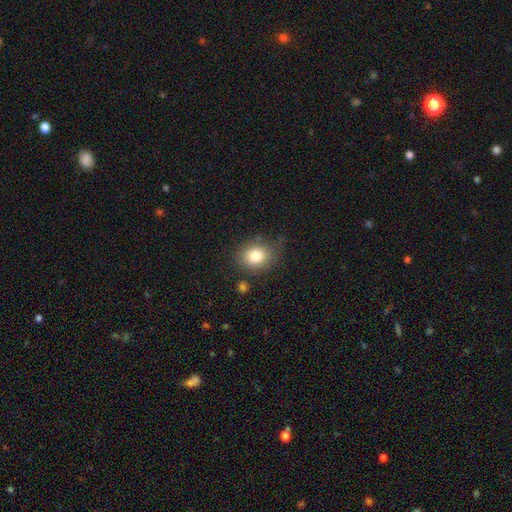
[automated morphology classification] Smooth or featured: smooth — 81% (star or artifact — 10%)
How rounded: round — 64% (in between — 35%)
Merging: none — 72% (minor disturbance — 18%)